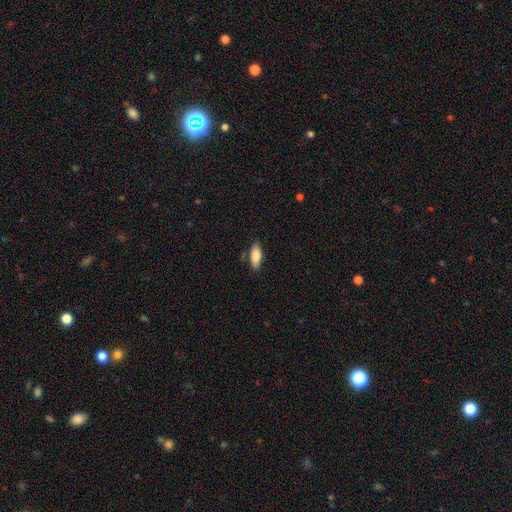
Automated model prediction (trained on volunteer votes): Overall: smooth (83%). How rounded: in between (80%). Merging: none (81%).